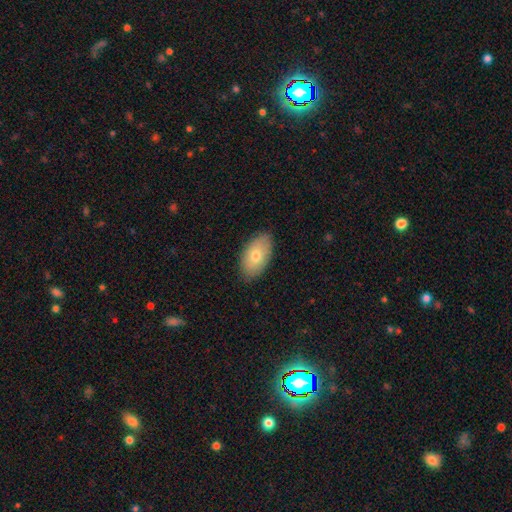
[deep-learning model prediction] Morphology: type=smooth (74%); roundness=in between (94%); merging=none (85%).